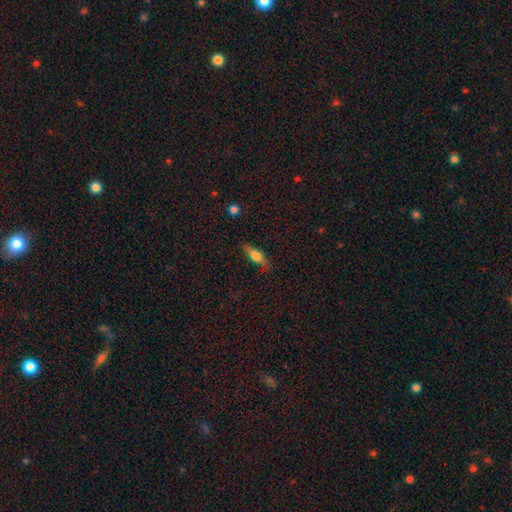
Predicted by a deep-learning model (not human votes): smooth-or-featured: smooth: 58% | featured or disk: 31% | star or artifact: 10%
  how-rounded: in between: 54% | cigar-shaped: 41% | round: 5%
  merging: none: 77% | minor disturbance: 17% | major disturbance: 4% | merger: 2%